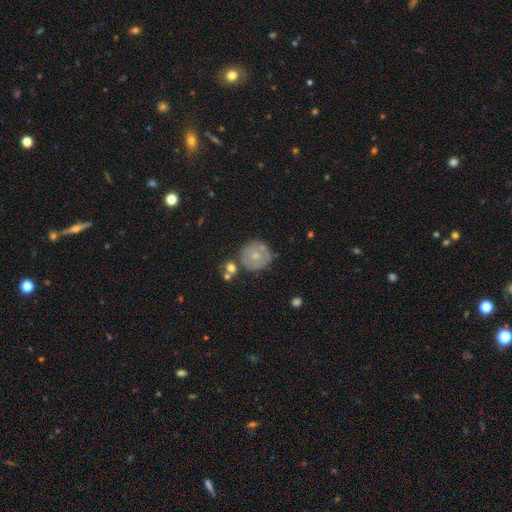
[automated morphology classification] type=smooth (59%); roundness=round (91%); merging=none (69%).